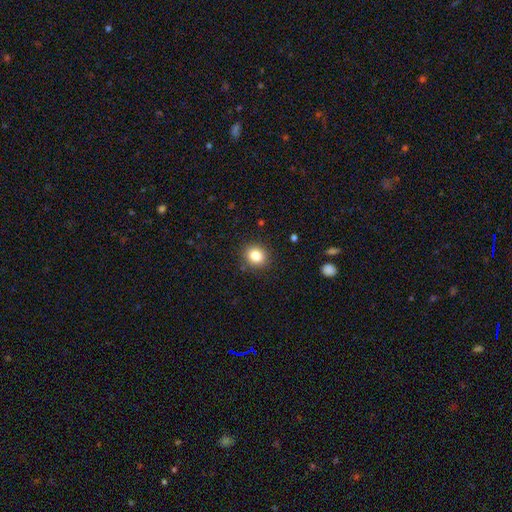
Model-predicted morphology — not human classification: This is clearly a smooth galaxy (83%). How rounded: likely round (77%). Merging: clearly none (88%).